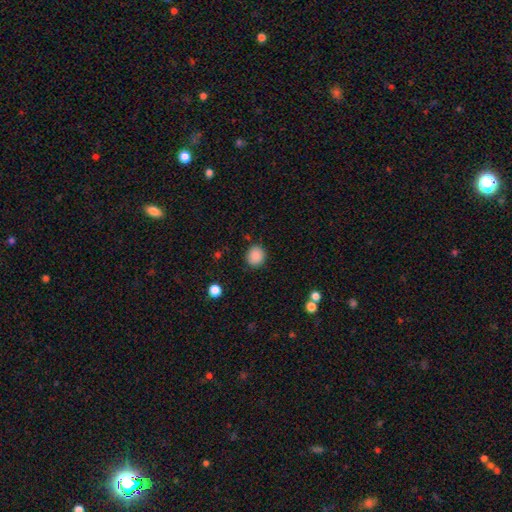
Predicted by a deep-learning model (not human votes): A smooth galaxy with no disk features (88%) that is round (83%).

Vote fractions:
- Smooth or featured? smooth: 88% / star or artifact: 9% / featured or disk: 4%
- How rounded? round: 83% / in between: 16% / cigar-shaped: 1%
- Merging? none: 87% / minor disturbance: 9% / major disturbance: 3% / merger: 2%